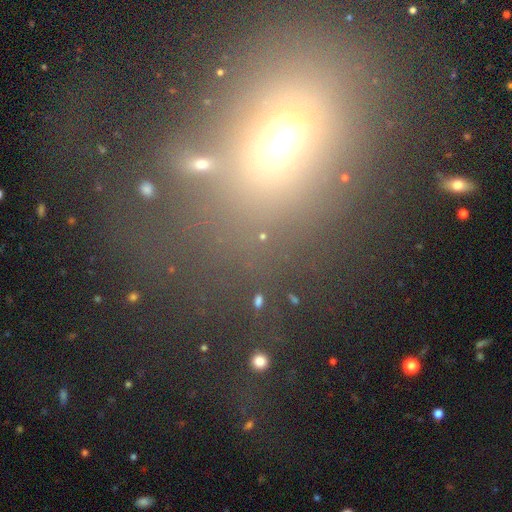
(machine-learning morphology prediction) smooth-or-featured: smooth: 52% | star or artifact: 32% | featured or disk: 16%
  how-rounded: in between: 52% | round: 45% | cigar-shaped: 3%
  merging: none: 57% | major disturbance: 20% | minor disturbance: 15% | merger: 8%